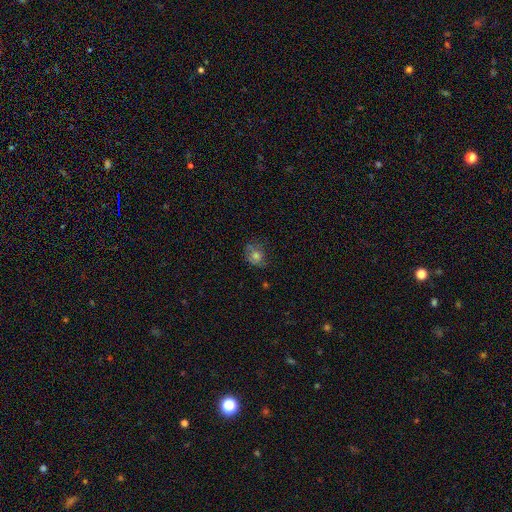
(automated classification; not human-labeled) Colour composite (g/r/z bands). It shows a smooth galaxy with no disk features (68%) that is round (65%). Merging: none (59%).